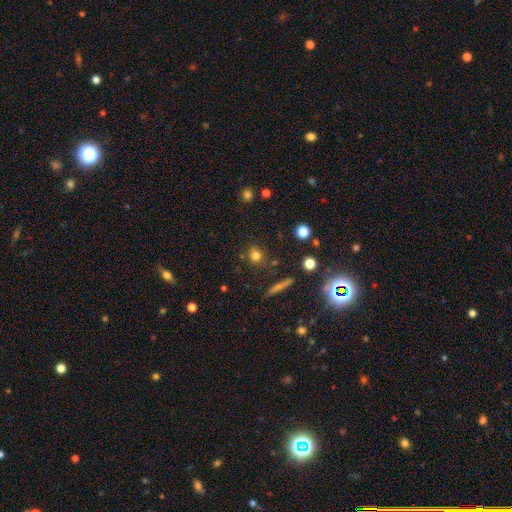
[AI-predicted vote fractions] Smooth or featured: smooth — 76% (star or artifact — 15%)
How rounded: round — 77% (in between — 19%)
Merging: none — 81% (minor disturbance — 11%)